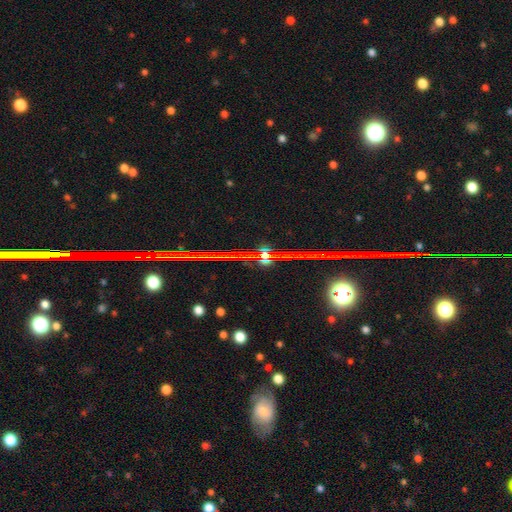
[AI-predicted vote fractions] Smooth or featured?
  - star or artifact: 62% *
  - featured or disk: 27%
  - smooth: 11%